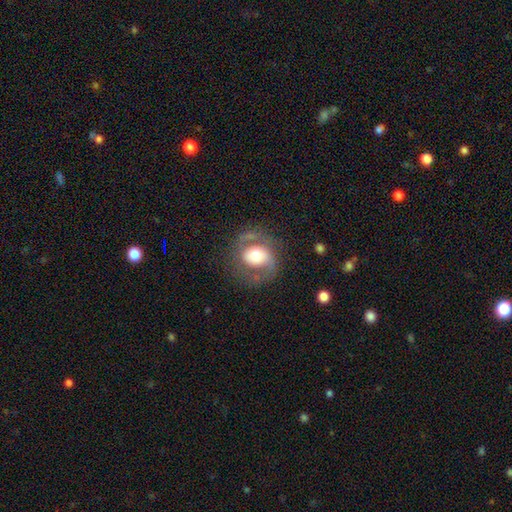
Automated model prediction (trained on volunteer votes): Smooth or featured? featured or disk (72%)
Edge-on disk? no (97%)
Bar? no (53%)
Spiral arms? yes (85%)
Spiral winding? medium (53%)
Spiral arm count? 2 (87%)
Bulge size? moderate (52%)
Merging? none (71%)